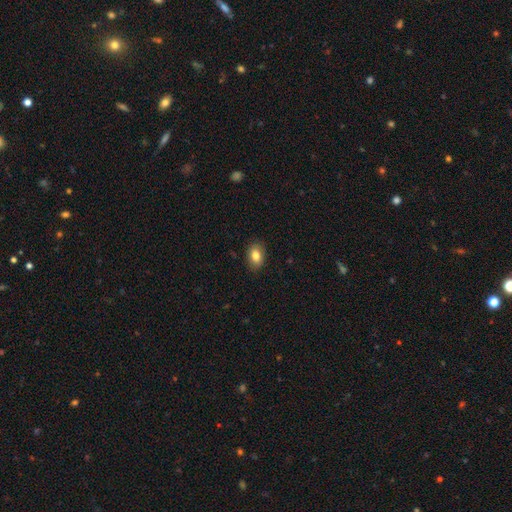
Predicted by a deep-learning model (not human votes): This is clearly a smooth galaxy (83%). How rounded: clearly in between (83%). Merging: clearly none (87%).